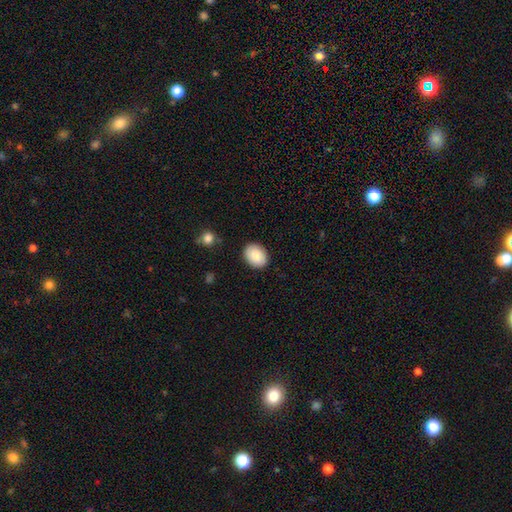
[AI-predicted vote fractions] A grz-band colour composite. It shows a smooth galaxy with no disk features (87%) that is in between round and cigar-shaped (70%). Merging: none (87%).